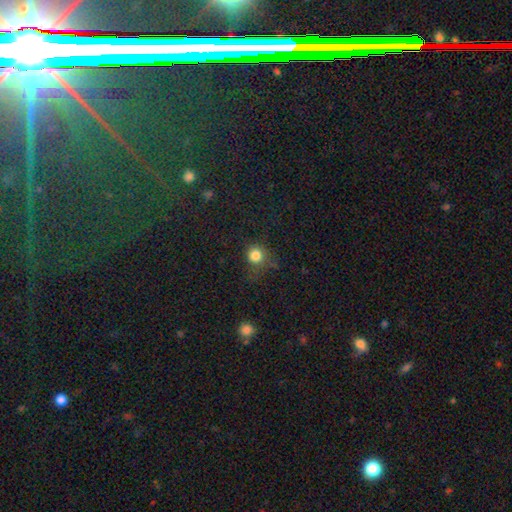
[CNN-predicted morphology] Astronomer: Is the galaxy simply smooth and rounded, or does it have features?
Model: smooth — 82%.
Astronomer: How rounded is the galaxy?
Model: round — 90%.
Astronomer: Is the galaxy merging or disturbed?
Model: none — 70%.